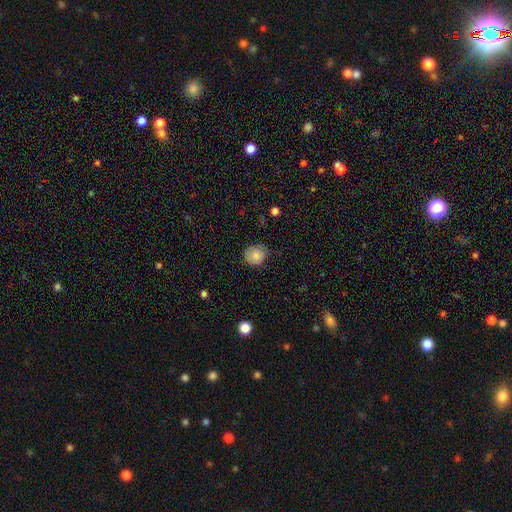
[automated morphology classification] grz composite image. It shows a smooth galaxy with no disk features (83%) that is round (81%). Merging: none (66%).